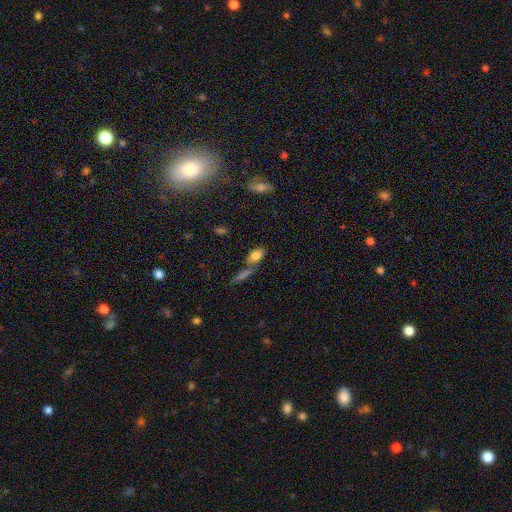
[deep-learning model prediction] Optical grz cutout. It shows a smooth galaxy with no disk features (78%) that is in between round and cigar-shaped (85%). Merging: none (50%).